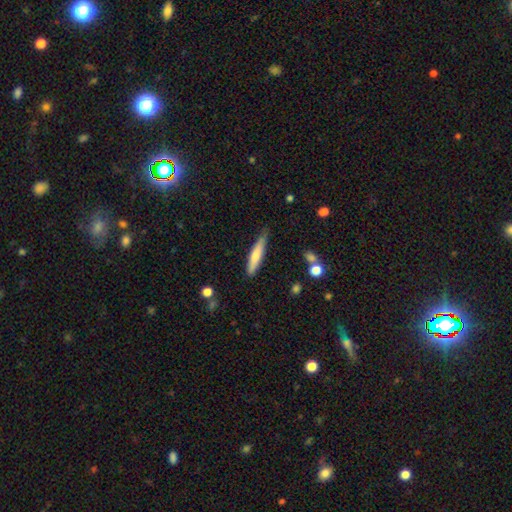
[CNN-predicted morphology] Smooth or featured: smooth — 67% (featured or disk — 27%)
How rounded: cigar-shaped — 89% (in between — 10%)
Merging: none — 77% (minor disturbance — 18%)